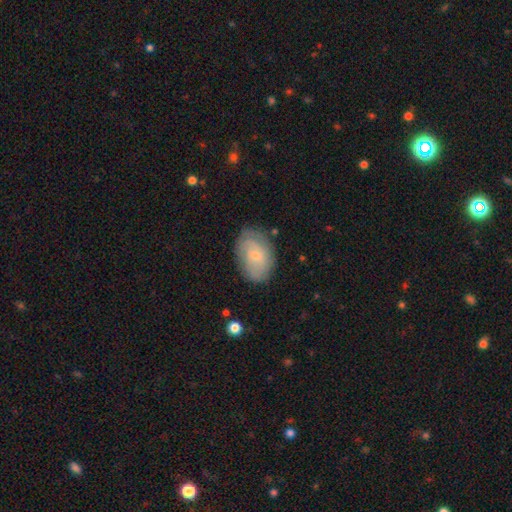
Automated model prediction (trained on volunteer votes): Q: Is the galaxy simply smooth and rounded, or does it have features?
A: smooth — 48%.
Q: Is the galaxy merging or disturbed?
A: none — 74%.